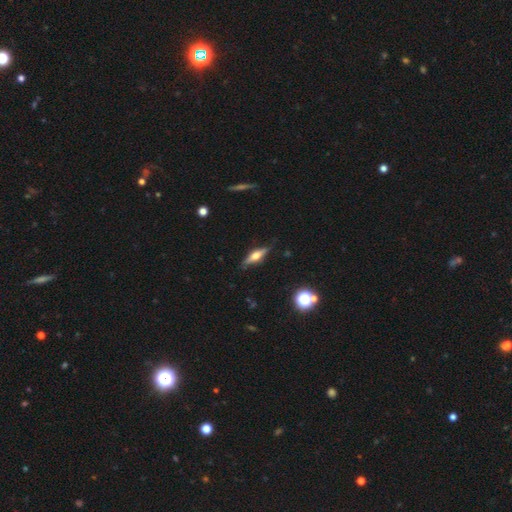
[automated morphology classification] Smooth or featured: featured or disk — 58% (smooth — 34%)
Edge-on disk: yes — 93% (no — 7%)
Edge-on bulge: rounded — 88% (boxy — 9%)
Merging: none — 83% (minor disturbance — 13%)